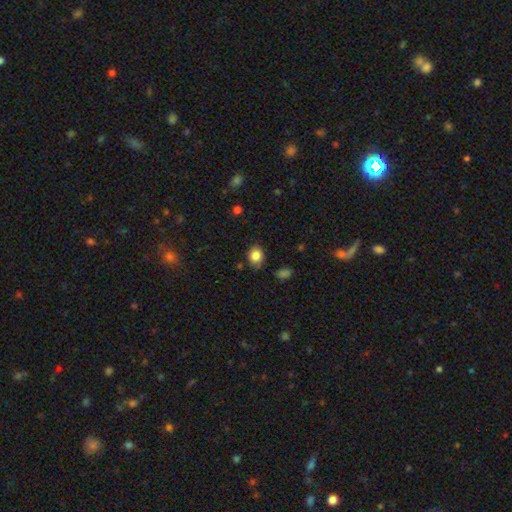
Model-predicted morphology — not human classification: Smooth or featured: smooth — 84% (star or artifact — 10%)
How rounded: round — 56% (in between — 43%)
Merging: none — 79% (minor disturbance — 16%)